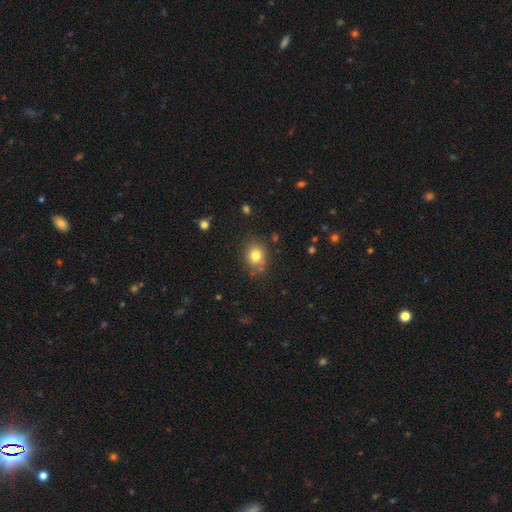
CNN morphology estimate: The model was most divided on "how rounded": round: 65%, in between: 34%, cigar-shaped: 1%. More confident: smooth or featured — smooth (80%); merging — none (79%).